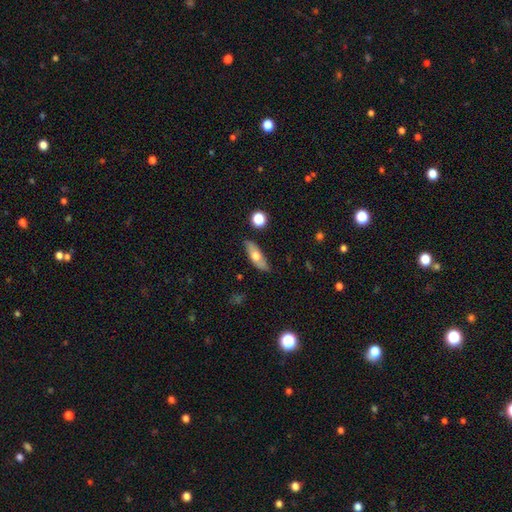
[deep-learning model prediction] smooth-or-featured: smooth: 57% | featured or disk: 37% | star or artifact: 7%
  how-rounded: in between: 61% | cigar-shaped: 35% | round: 4%
  merging: none: 80% | minor disturbance: 15% | major disturbance: 3% | merger: 2%